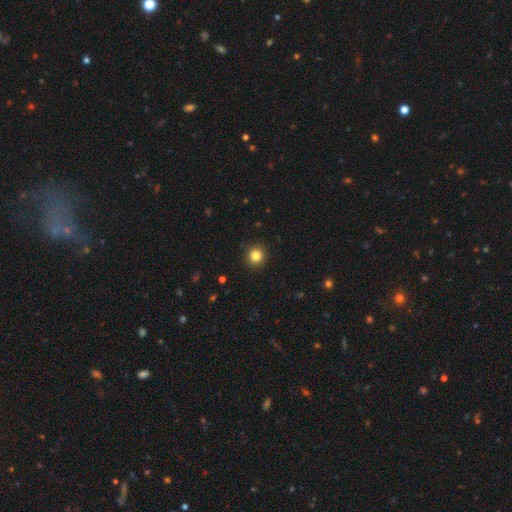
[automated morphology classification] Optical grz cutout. It shows a smooth galaxy with no disk features (84%) that is round (92%). Merging: none (92%).